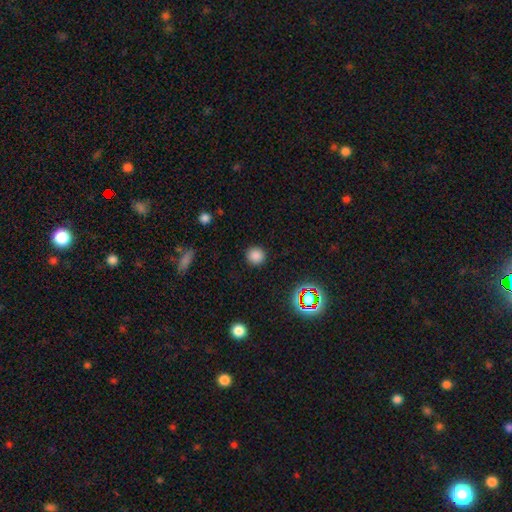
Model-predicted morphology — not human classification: This is clearly a smooth galaxy (81%). How rounded: clearly round (93%). Merging: clearly none (91%).